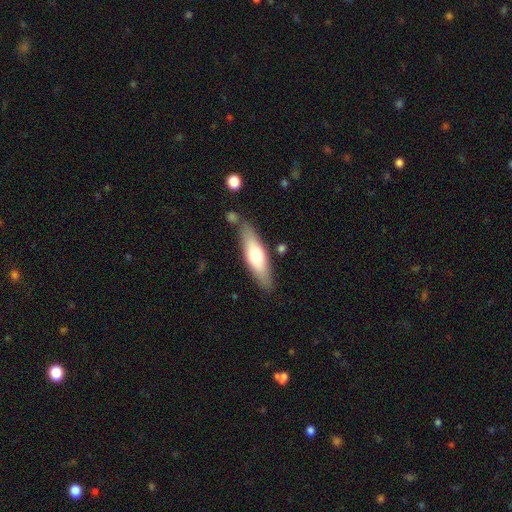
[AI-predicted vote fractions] Smooth or featured? smooth (61%)
How rounded? cigar-shaped (63%)
Merging? none (77%)